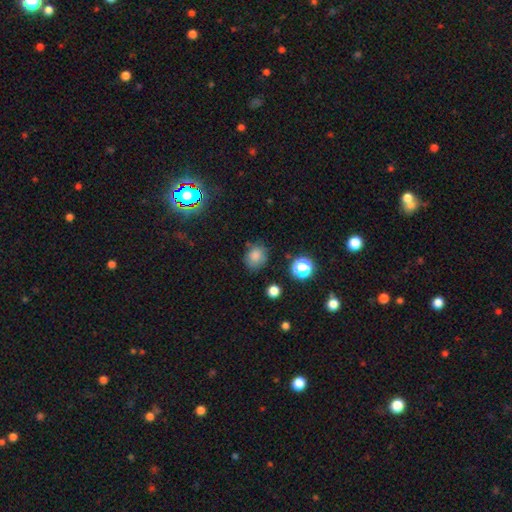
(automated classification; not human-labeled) smooth 79%, star or artifact 15%, featured or disk 6%. Down the decision tree: how rounded — round (71%); merging — none (74%).